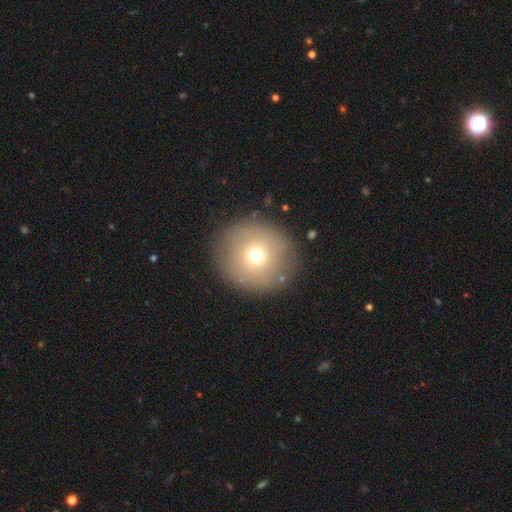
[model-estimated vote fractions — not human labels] Smooth or featured? smooth (69%)
How rounded? round (93%)
Merging? none (88%)